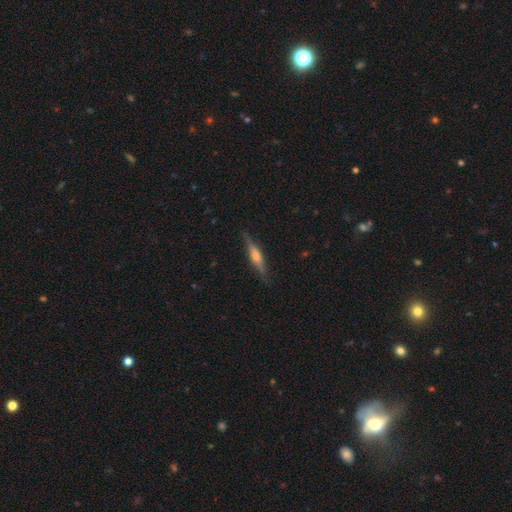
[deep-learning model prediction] Morphology: type=featured or disk (68%); edge-on=yes (97%); edge-on bulge=rounded (77%); merging=none (86%).